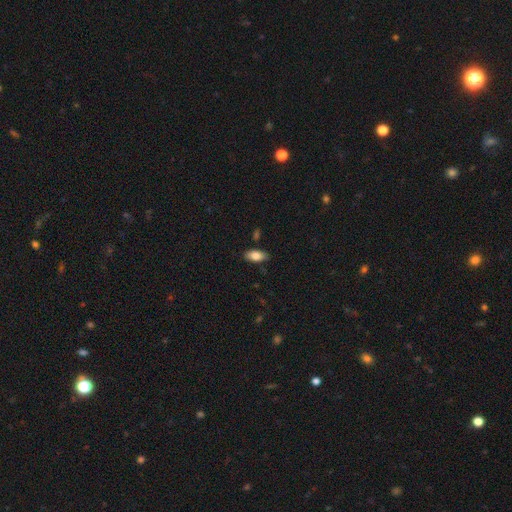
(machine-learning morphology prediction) This is clearly a smooth galaxy (81%). How rounded: clearly in between (90%). Merging: clearly none (84%).